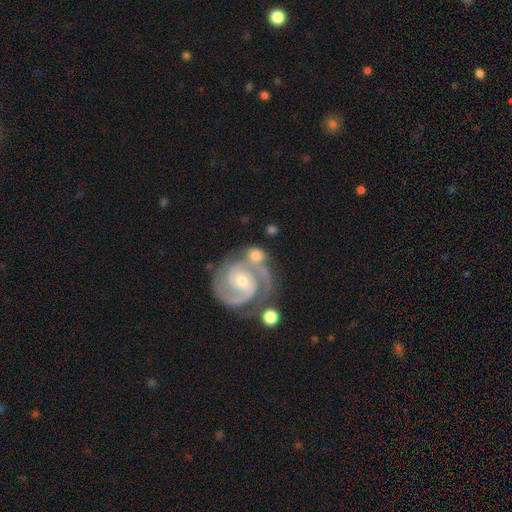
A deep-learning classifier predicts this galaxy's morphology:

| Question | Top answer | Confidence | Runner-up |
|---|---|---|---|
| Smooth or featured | featured or disk | 74% | smooth (20%) |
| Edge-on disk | no | 97% | yes (3%) |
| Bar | no | 52% | weak (36%) |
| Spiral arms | yes | 95% | no (5%) |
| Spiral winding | tight | 51% | medium (41%) |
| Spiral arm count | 2 | 82% | 3 (7%) |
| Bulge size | moderate | 51% | small (43%) |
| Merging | none | 47% | merger (31%) |